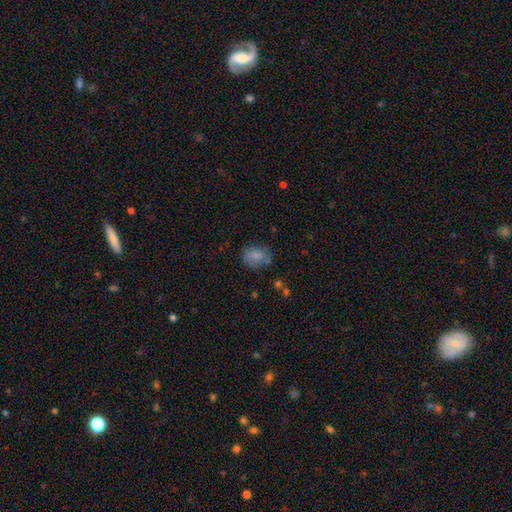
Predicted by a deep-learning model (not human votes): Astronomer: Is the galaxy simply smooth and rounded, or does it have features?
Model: smooth — 80%.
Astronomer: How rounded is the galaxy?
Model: in between — 51% (runner-up: round, 48%).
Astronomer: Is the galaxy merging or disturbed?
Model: none — 69%.